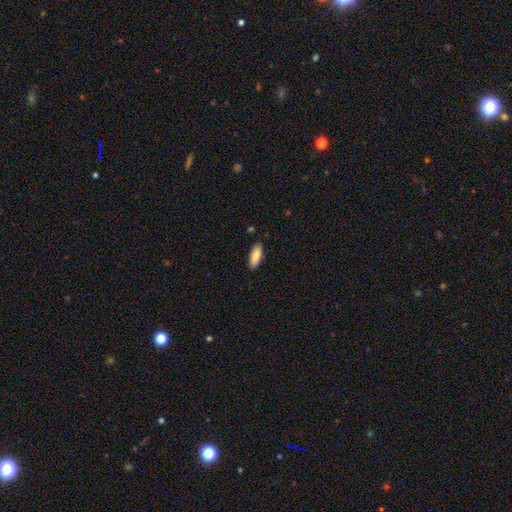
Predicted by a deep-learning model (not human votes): Smooth or featured? smooth (84%)
How rounded? in between (69%)
Merging? none (87%)